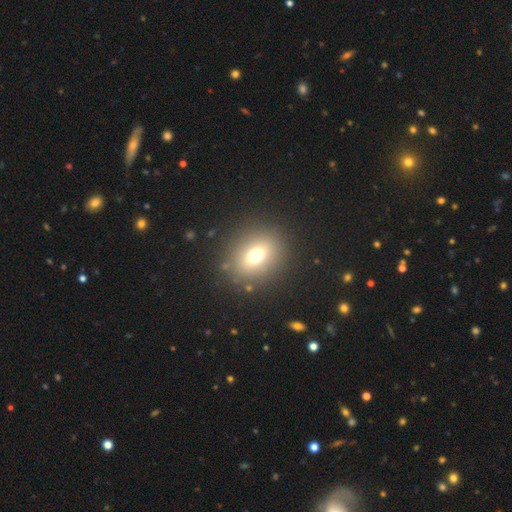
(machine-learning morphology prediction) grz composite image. It shows a smooth galaxy with no disk features (70%) that is round (58%). Merging: none (86%).